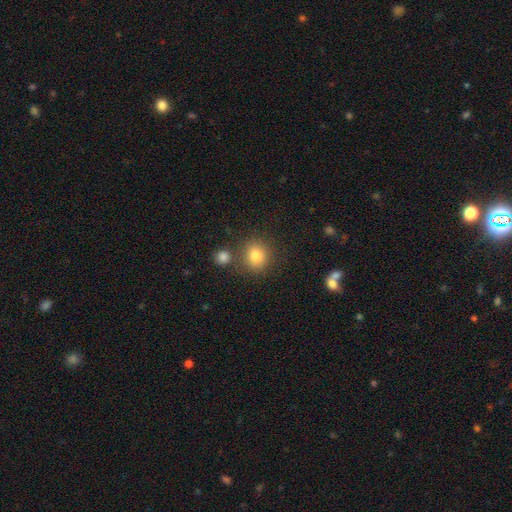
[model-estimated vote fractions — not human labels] This appears to be a smooth galaxy with no disk features (81%) that is round (83%). Merging: none (76%).